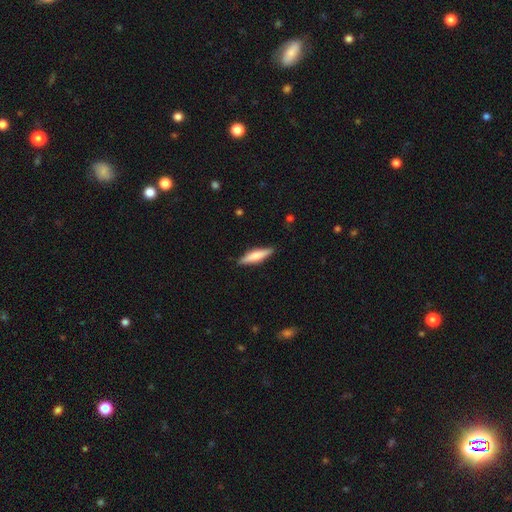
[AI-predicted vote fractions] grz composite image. It shows a smooth galaxy with no disk features (63%) that is cigar-shaped (74%). Merging: none (88%).